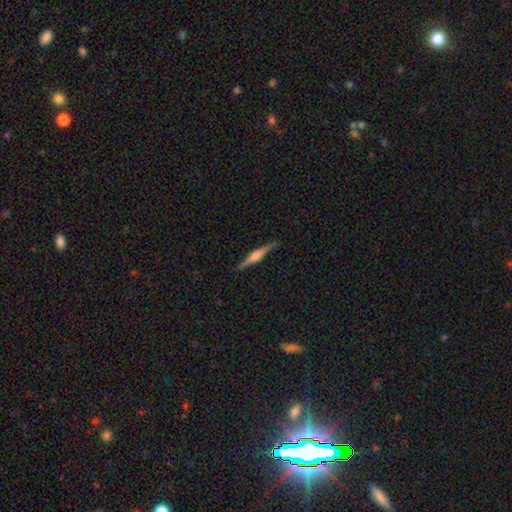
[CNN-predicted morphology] Q: Smooth or featured?
A: featured or disk (77%); runner-up: smooth (17%)
Q: Edge-on disk?
A: yes (98%); runner-up: no (2%)
Q: Edge-on bulge?
A: rounded (80%); runner-up: boxy (15%)
Q: Merging?
A: none (90%); runner-up: minor disturbance (7%)